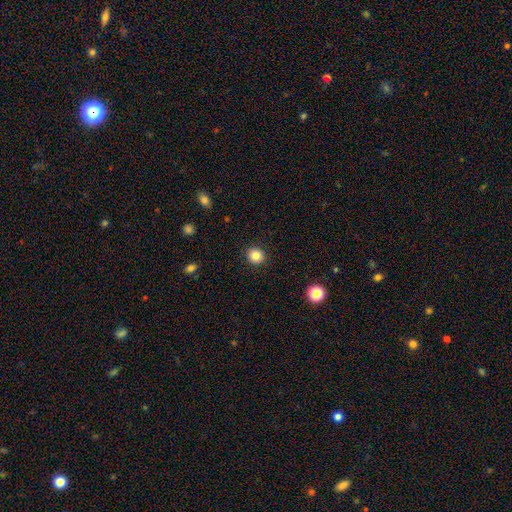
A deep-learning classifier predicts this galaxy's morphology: A smooth galaxy with no disk features (84%) that is round (87%).

Vote fractions:
- Smooth or featured? smooth: 84% / star or artifact: 11% / featured or disk: 5%
- How rounded? round: 87% / in between: 13% / cigar-shaped: 1%
- Merging? none: 92% / minor disturbance: 5% / major disturbance: 2% / merger: 1%